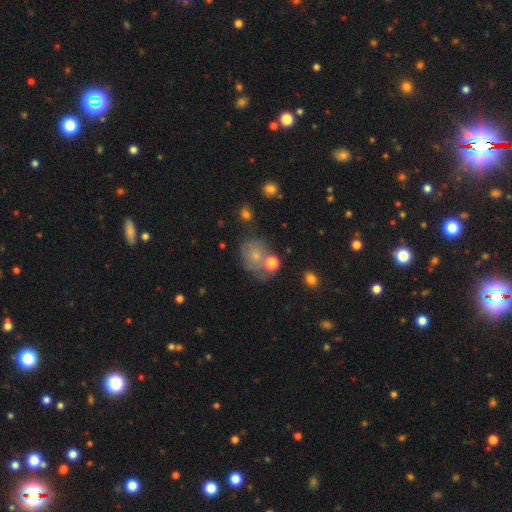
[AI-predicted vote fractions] Smooth or featured?
  - smooth: 55% *
  - featured or disk: 28%
  - star or artifact: 17%
How rounded?
  - round: 56% *
  - in between: 43%
  - cigar-shaped: 1%
Merging?
  - none: 53% *
  - minor disturbance: 22%
  - merger: 14%
  - major disturbance: 12%